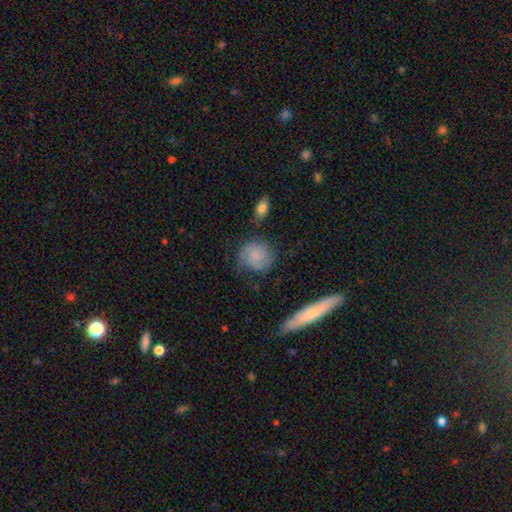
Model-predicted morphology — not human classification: Q: Smooth or featured?
A: smooth (67%); runner-up: featured or disk (24%)
Q: How rounded?
A: round (79%); runner-up: in between (20%)
Q: Merging?
A: none (63%); runner-up: minor disturbance (24%)